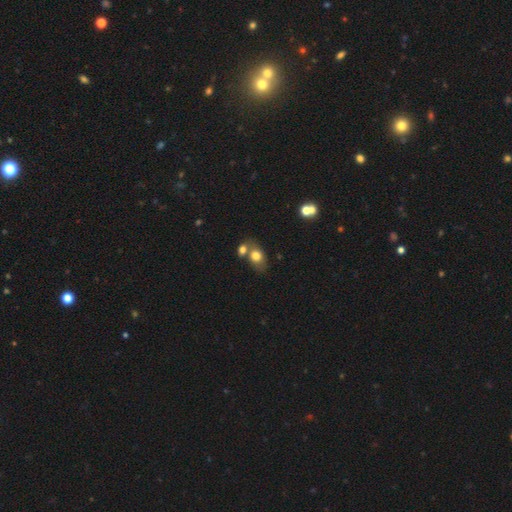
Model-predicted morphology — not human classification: This appears to be a smooth galaxy with no disk features (76%) that is in between round and cigar-shaped (61%). Merging: none (47%).